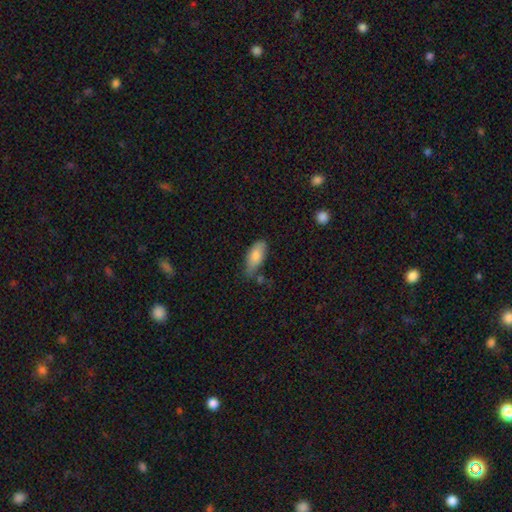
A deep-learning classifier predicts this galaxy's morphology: Q: Smooth or featured?
A: smooth (80%); runner-up: featured or disk (13%)
Q: How rounded?
A: in between (86%); runner-up: cigar-shaped (11%)
Q: Merging?
A: none (57%); runner-up: minor disturbance (31%)